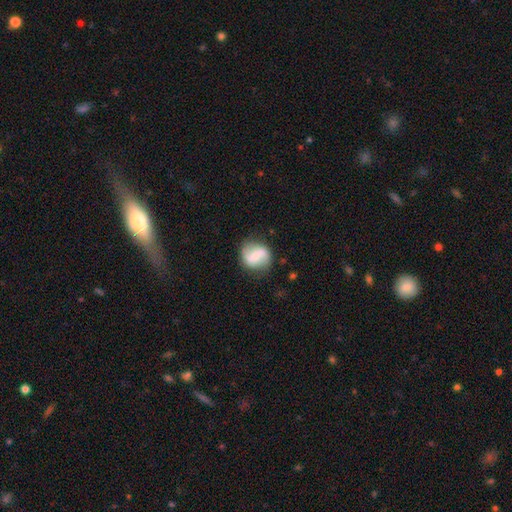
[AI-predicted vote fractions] A featured or disk galaxy (56%) with a weak bar (40%), spiral arms (83%) and a small central bulge (48%). Merging: none (76%).